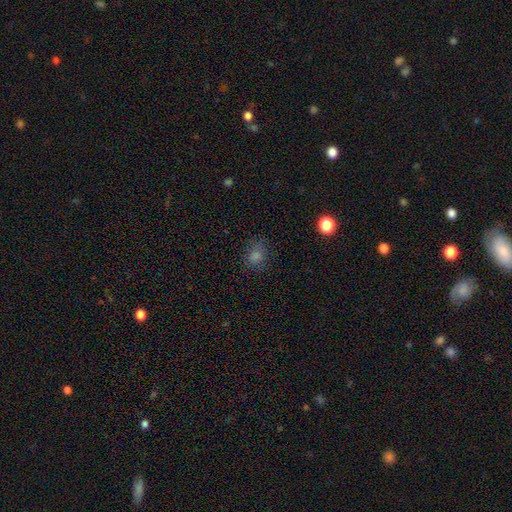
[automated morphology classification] smooth-or-featured: smooth: 70% | star or artifact: 23% | featured or disk: 7%
  how-rounded: round: 59% | in between: 40% | cigar-shaped: 1%
  merging: none: 79% | minor disturbance: 14% | major disturbance: 5% | merger: 2%